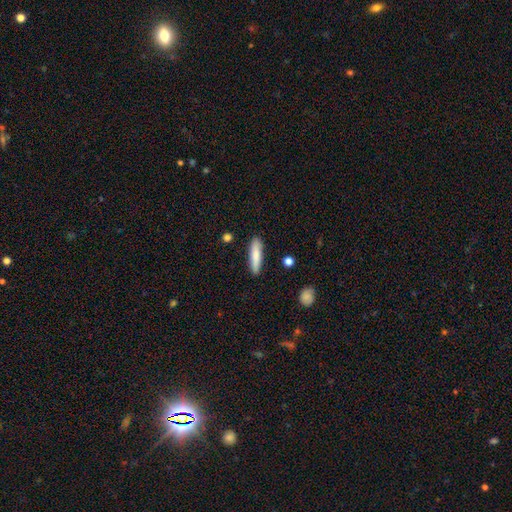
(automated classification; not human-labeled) Smooth or featured? Predicted: smooth (p=0.81). How rounded? Predicted: cigar-shaped (p=0.77). Merging? Predicted: none (p=0.88).